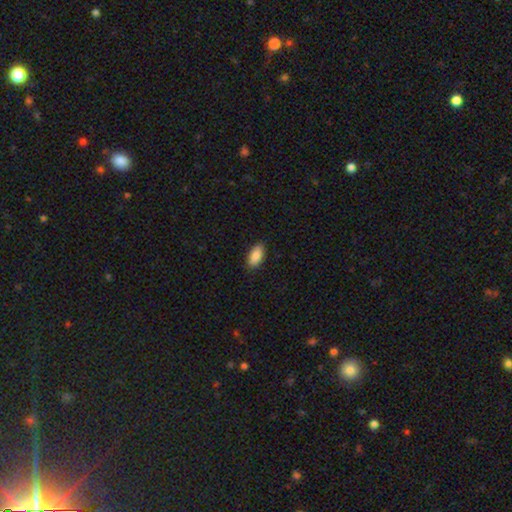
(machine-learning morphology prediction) A smooth galaxy with no disk features (88%) that is in between round and cigar-shaped (91%). Merging: none (88%).